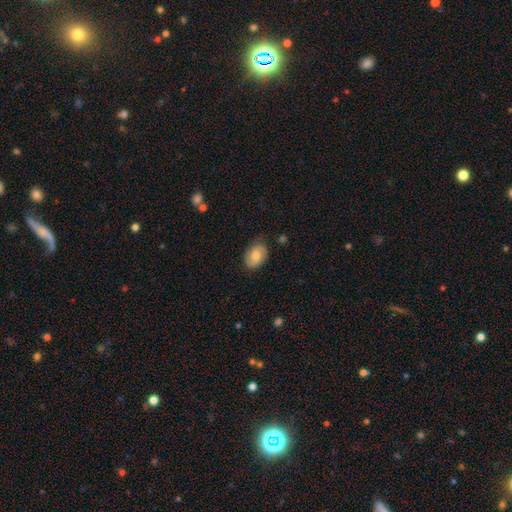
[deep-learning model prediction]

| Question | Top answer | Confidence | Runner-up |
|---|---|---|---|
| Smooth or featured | smooth | 69% | featured or disk (24%) |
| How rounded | in between | 78% | round (21%) |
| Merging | none | 72% | minor disturbance (22%) |